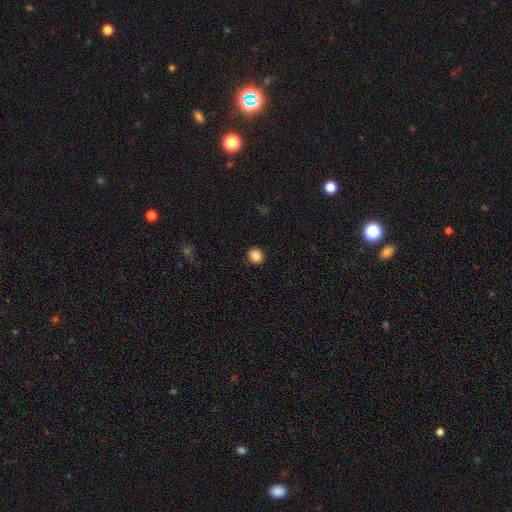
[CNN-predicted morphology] Smooth or featured? smooth (86%)
How rounded? round (85%)
Merging? none (91%)